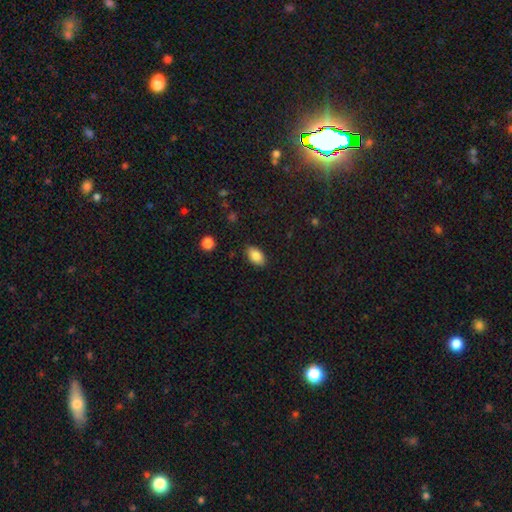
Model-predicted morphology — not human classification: Overall: smooth (86%). How rounded: in between (92%). Merging: none (87%).